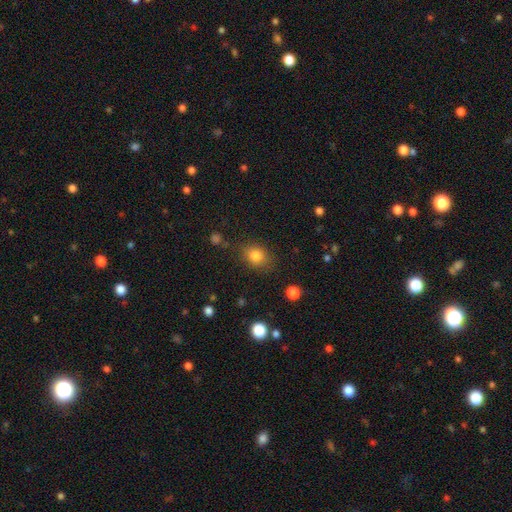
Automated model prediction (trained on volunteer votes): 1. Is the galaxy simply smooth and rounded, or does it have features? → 81% smooth, 12% star or artifact, 7% featured or disk.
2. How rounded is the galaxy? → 55% round, 44% in between, 1% cigar-shaped.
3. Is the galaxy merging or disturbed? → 78% none, 14% minor disturbance, 5% major disturbance, 3% merger.